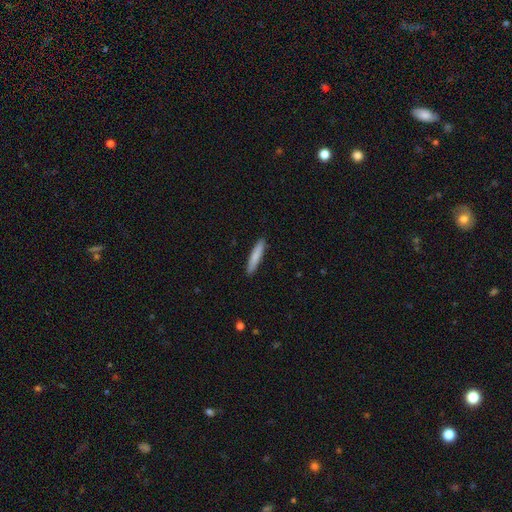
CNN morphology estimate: The model was most divided on "smooth or featured": smooth: 82%, featured or disk: 13%, star or artifact: 5%. More confident: how rounded — cigar-shaped (91%); merging — none (91%).